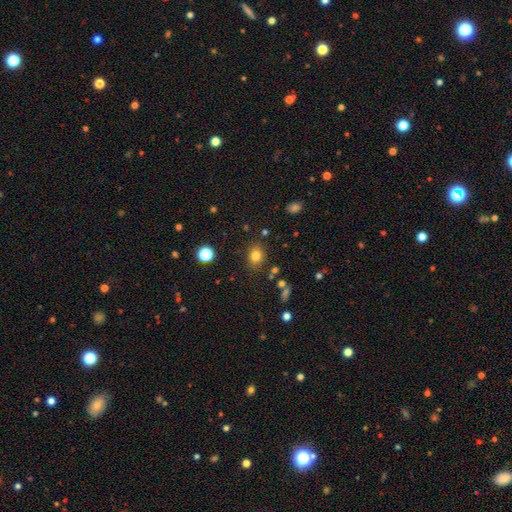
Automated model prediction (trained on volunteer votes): smooth-or-featured: smooth: 79% | star or artifact: 14% | featured or disk: 7%
  how-rounded: round: 53% | in between: 46% | cigar-shaped: 1%
  merging: none: 83% | minor disturbance: 11% | major disturbance: 3% | merger: 3%